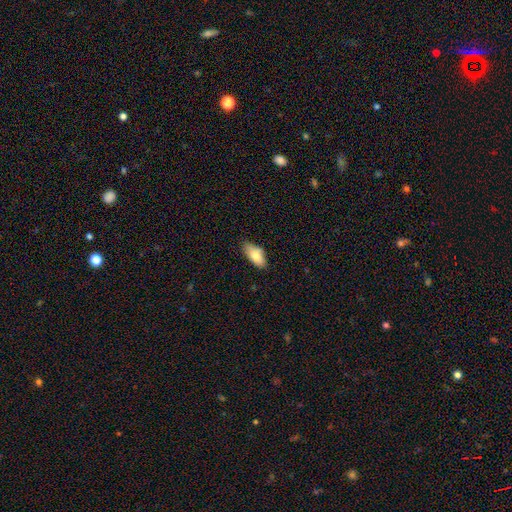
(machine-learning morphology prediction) type=smooth (79%); roundness=in between (90%); merging=none (73%).